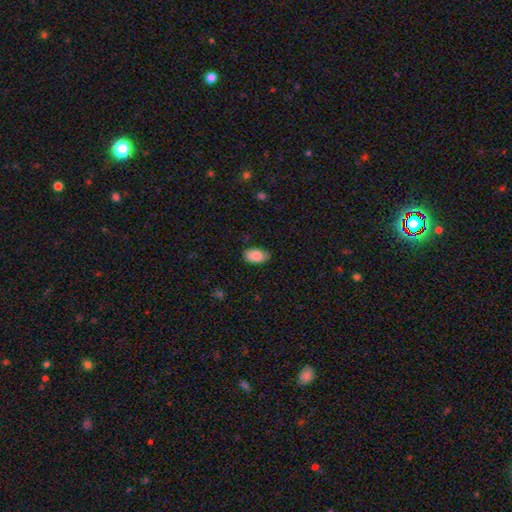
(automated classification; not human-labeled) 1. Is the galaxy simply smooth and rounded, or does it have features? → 85% smooth, 8% featured or disk, 7% star or artifact.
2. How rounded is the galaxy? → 93% in between, 6% round, 1% cigar-shaped.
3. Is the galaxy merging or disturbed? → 74% none, 22% minor disturbance, 4% major disturbance, 1% merger.